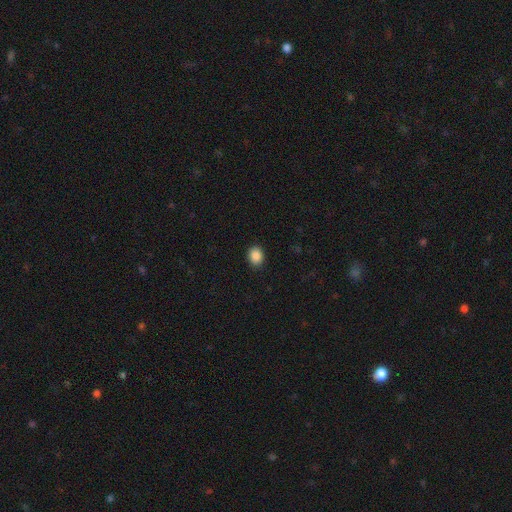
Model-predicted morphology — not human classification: Overall: smooth (88%). How rounded: in between (53%; round 46%). Merging: none (90%).